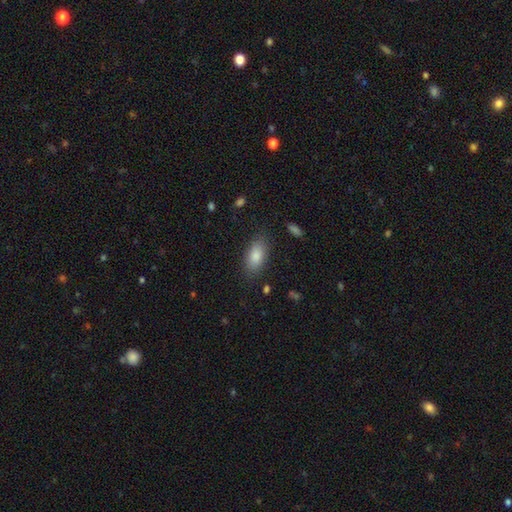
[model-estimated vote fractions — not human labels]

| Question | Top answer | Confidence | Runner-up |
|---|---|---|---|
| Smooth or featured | smooth | 83% | star or artifact (9%) |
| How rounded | in between | 89% | cigar-shaped (7%) |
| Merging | none | 85% | minor disturbance (11%) |